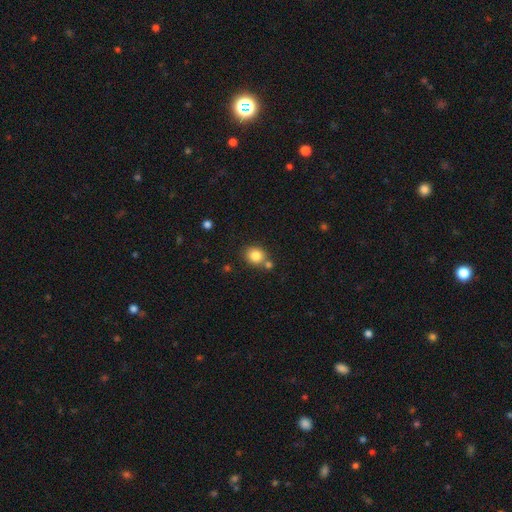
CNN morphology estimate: This appears to be a smooth galaxy with no disk features (83%) that is round (68%). Merging: none (66%).